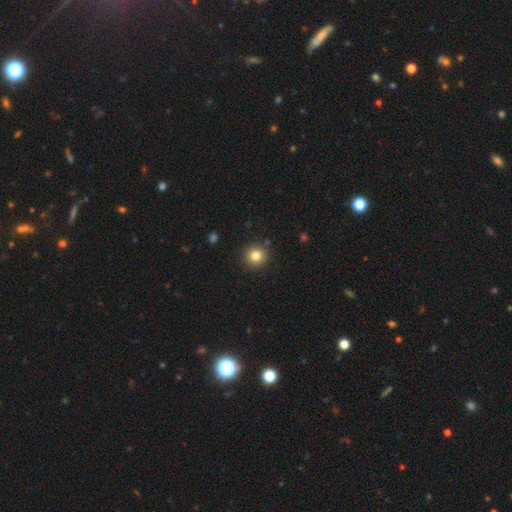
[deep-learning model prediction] The model was most divided on "smooth or featured": smooth: 81%, star or artifact: 12%, featured or disk: 7%. More confident: how rounded — round (94%); merging — none (89%).